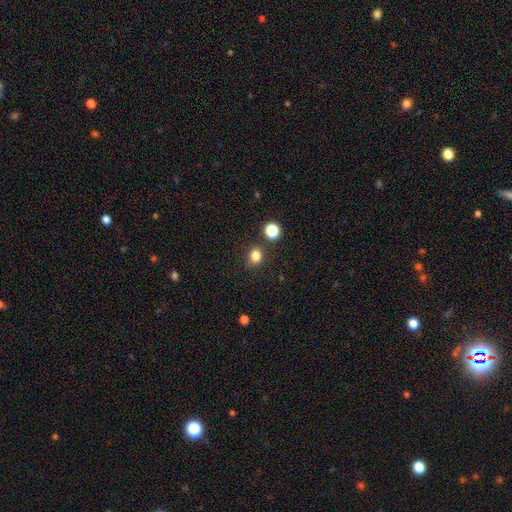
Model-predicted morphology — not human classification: smooth_or_featured: smooth (p=0.81) [alt: star or artifact p=0.14]
how_rounded: round (p=0.54) [alt: in between p=0.44]
merging: none (p=0.78) [alt: minor disturbance p=0.12]